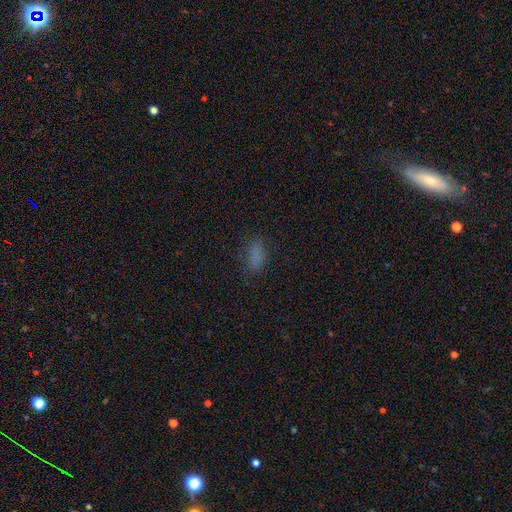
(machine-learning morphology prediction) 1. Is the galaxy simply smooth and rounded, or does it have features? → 79% smooth, 15% star or artifact, 6% featured or disk.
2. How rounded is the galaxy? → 84% in between, 11% cigar-shaped, 5% round.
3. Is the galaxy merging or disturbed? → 79% none, 15% minor disturbance, 5% major disturbance, 1% merger.